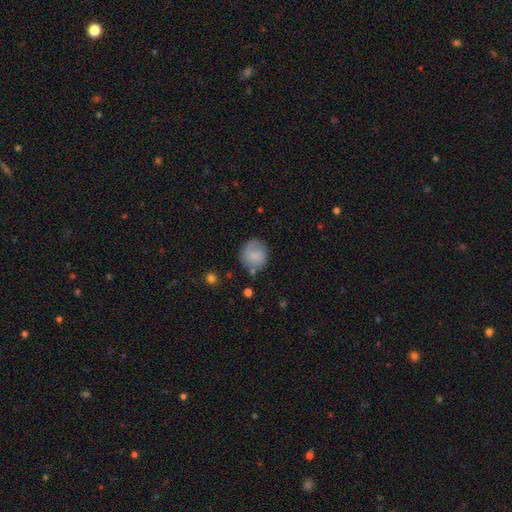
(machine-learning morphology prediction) A smooth galaxy with no disk features (71%) that is round (84%). Merging: none (67%).